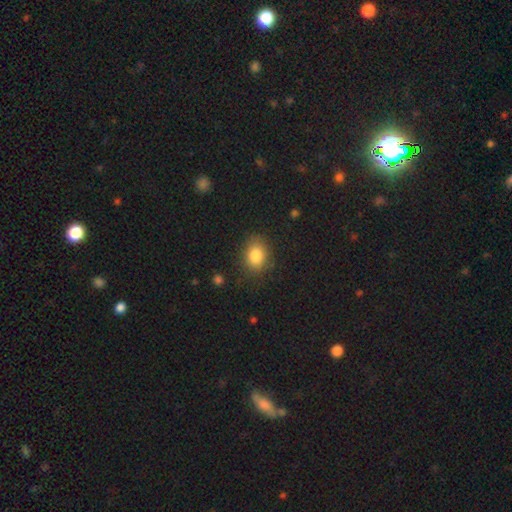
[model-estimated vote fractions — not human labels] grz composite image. It shows a smooth galaxy with no disk features (84%) that is in between round and cigar-shaped (64%). Merging: none (82%).